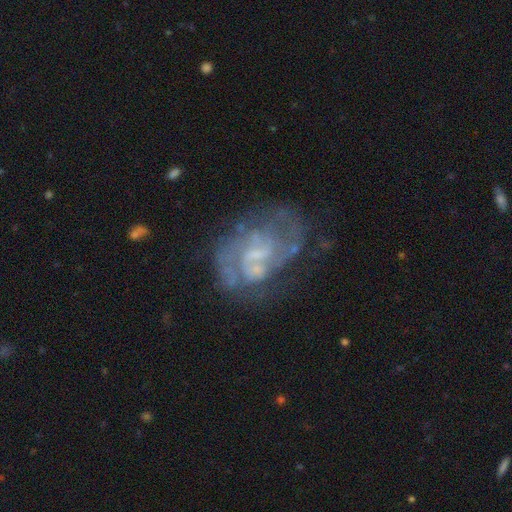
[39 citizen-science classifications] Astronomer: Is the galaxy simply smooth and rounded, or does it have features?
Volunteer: featured or disk — 74%.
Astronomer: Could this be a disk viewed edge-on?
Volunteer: no — 100%.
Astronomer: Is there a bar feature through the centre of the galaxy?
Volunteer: weak — 52% (runner-up: no, 48%).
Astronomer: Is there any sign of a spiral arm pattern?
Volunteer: no — 55% (runner-up: yes, 45%).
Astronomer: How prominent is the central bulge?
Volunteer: small — 41% (runner-up: none, 28%).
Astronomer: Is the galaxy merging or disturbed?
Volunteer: major disturbance — 40% (runner-up: none, 23%).